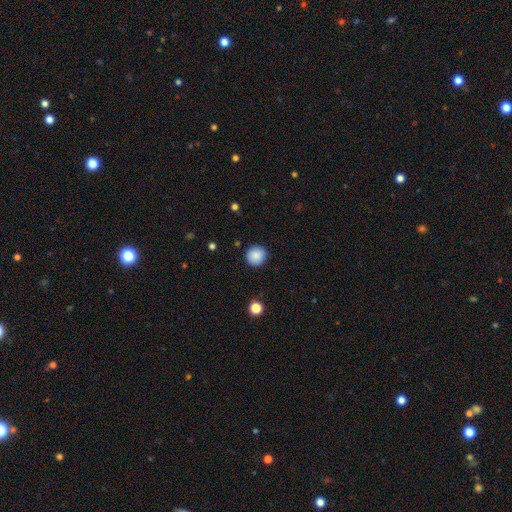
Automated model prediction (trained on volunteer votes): The model was most divided on "smooth or featured": smooth: 88%, star or artifact: 8%, featured or disk: 3%. More confident: how rounded — round (94%); merging — none (91%).